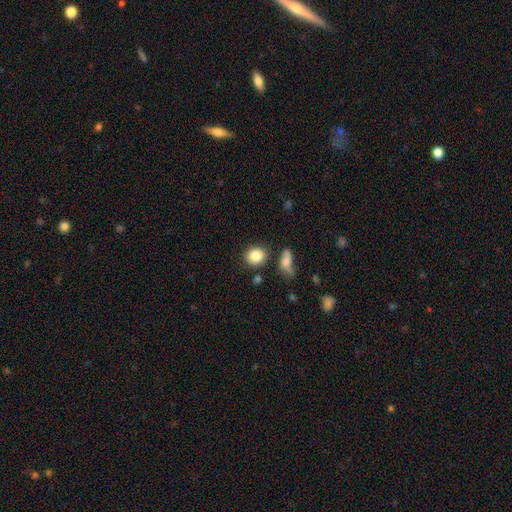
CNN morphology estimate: A smooth galaxy with no disk features (85%) that is round (73%). Merging: none (77%).